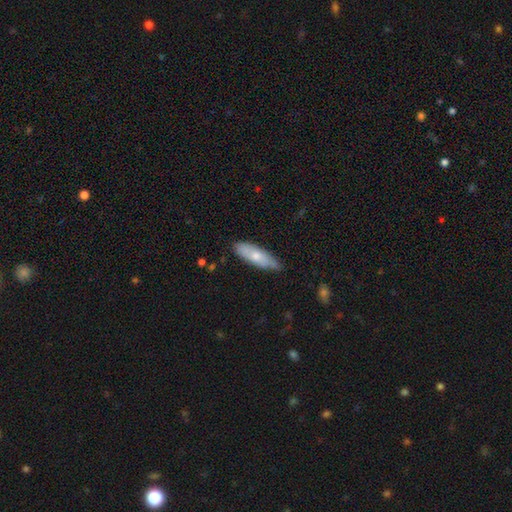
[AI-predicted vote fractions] This is likely a smooth galaxy (66%). How rounded: possibly in between (56%). Merging: likely none (70%).